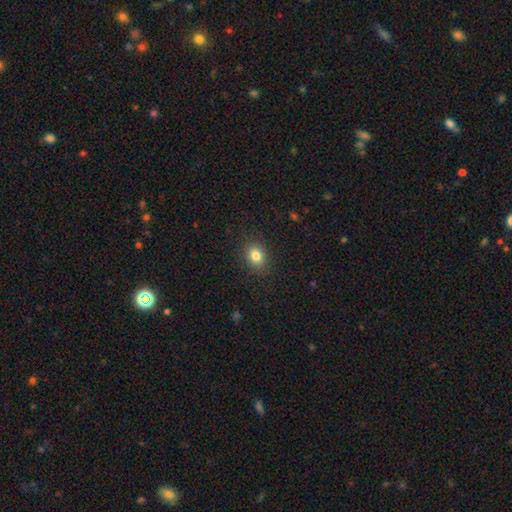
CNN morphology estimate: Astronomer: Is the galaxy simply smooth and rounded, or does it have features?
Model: smooth — 83%.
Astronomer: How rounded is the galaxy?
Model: in between — 53% (runner-up: round, 46%).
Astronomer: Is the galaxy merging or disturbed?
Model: none — 88%.